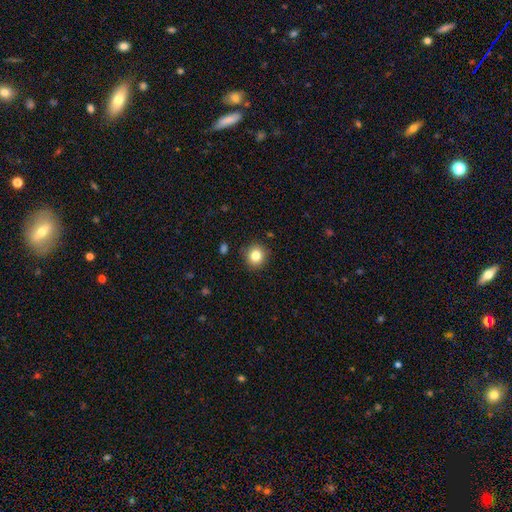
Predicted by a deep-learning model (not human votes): smooth 83%, star or artifact 11%, featured or disk 6%. Down the decision tree: how rounded — round (89%); merging — none (89%).